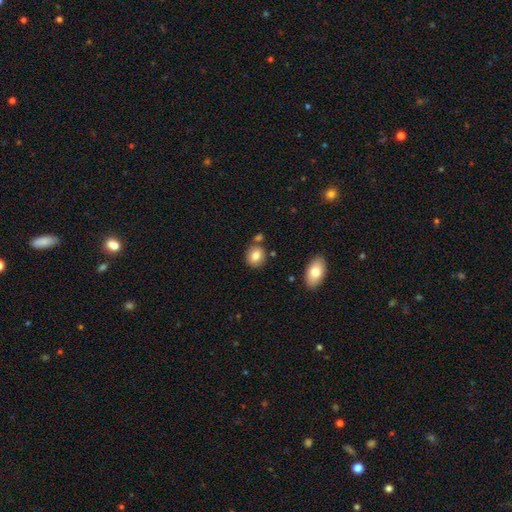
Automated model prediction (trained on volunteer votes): A smooth galaxy with no disk features (82%) that is round (67%). Merging: none (75%).